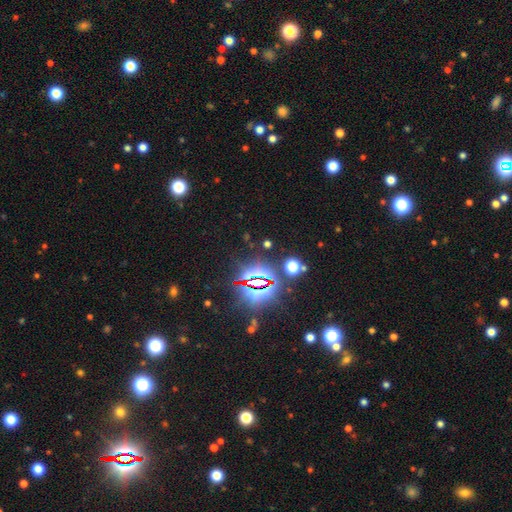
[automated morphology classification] This is clearly a star or artifact rather than a galaxy (82%).